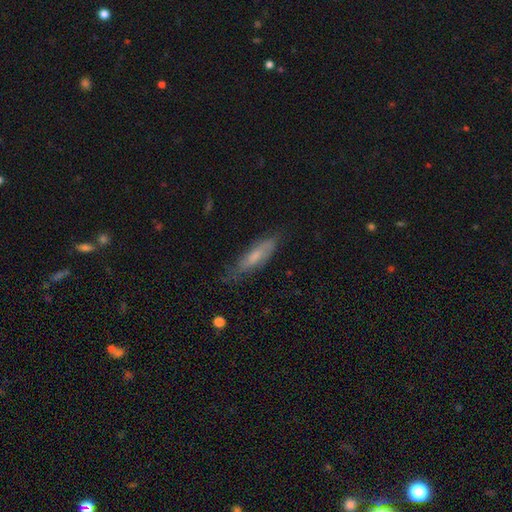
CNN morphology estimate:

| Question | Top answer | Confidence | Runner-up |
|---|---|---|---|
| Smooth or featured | smooth | 58% | featured or disk (35%) |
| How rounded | cigar-shaped | 66% | in between (32%) |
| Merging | none | 68% | minor disturbance (24%) |